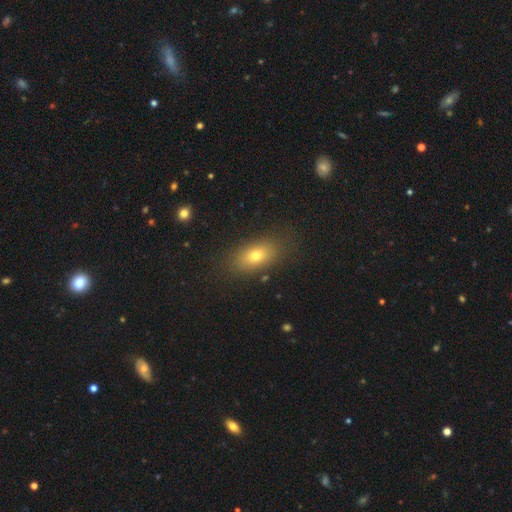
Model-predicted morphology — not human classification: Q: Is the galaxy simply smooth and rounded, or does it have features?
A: smooth — 72%.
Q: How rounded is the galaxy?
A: in between — 81%.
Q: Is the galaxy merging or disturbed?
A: none — 82%.